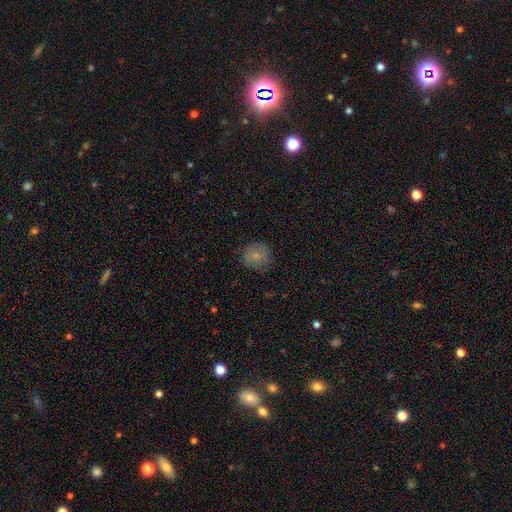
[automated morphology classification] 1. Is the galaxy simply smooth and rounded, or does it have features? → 75% smooth, 15% featured or disk, 9% star or artifact.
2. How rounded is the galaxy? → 86% round, 13% in between, 1% cigar-shaped.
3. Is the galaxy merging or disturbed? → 76% none, 18% minor disturbance, 5% major disturbance, 1% merger.